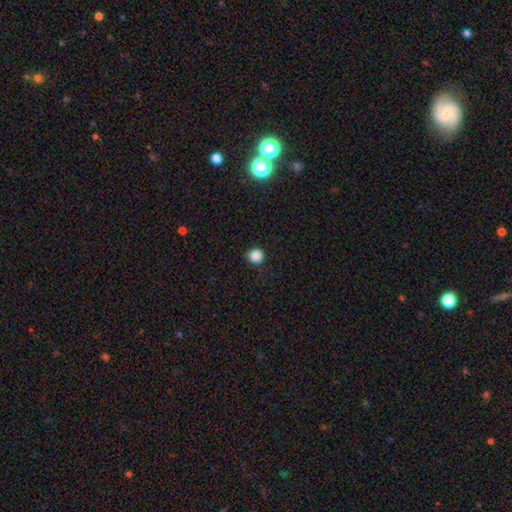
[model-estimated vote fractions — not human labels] Smooth or featured? smooth (85%)
How rounded? round (94%)
Merging? none (90%)